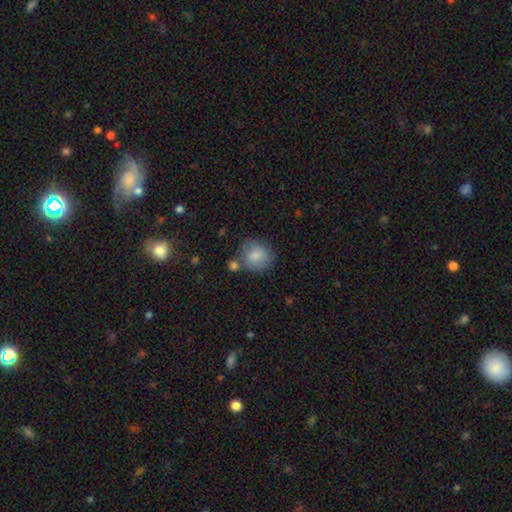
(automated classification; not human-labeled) Morphology: type=smooth (82%); roundness=round (80%); merging=none (63%).